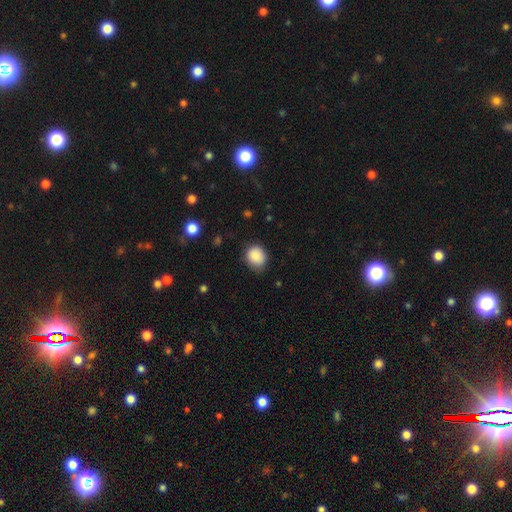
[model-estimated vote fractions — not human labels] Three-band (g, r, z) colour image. It shows a smooth galaxy with no disk features (87%) that is round (71%). Merging: none (76%).